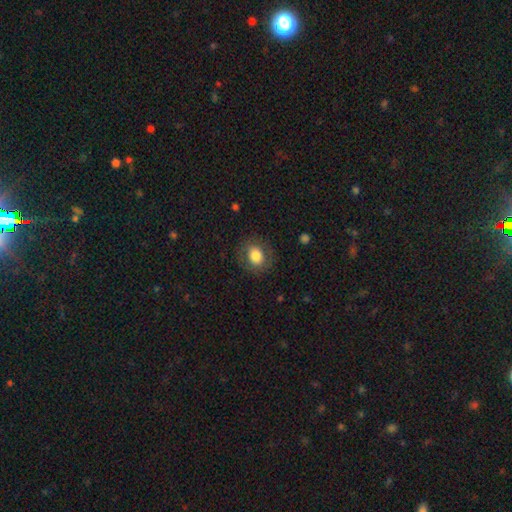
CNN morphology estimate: Smooth or featured: smooth — 75% (featured or disk — 17%)
How rounded: round — 68% (in between — 31%)
Merging: none — 82% (minor disturbance — 11%)